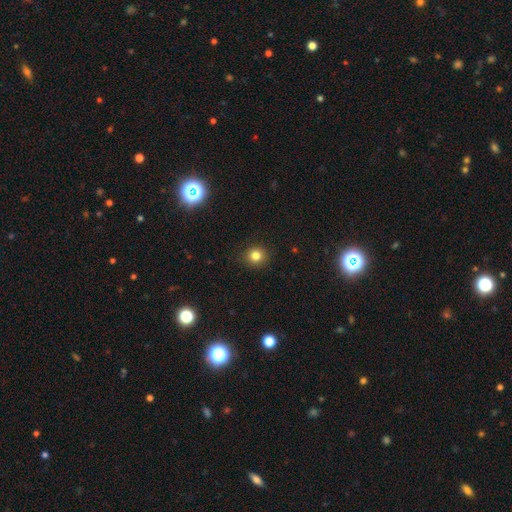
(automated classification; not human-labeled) A smooth galaxy with no disk features (81%) that is round (88%). Merging: none (90%).